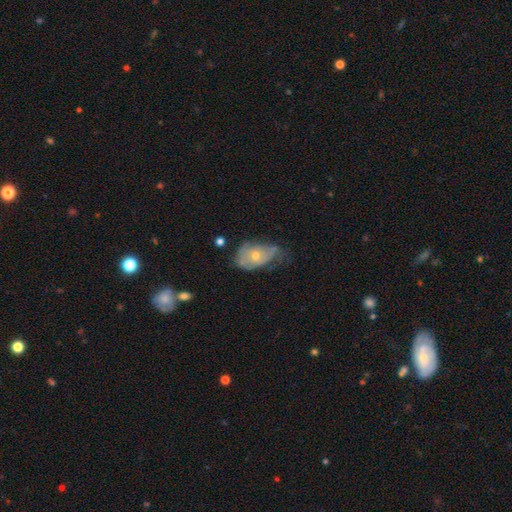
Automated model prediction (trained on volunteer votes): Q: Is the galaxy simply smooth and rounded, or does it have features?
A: featured or disk — 48%.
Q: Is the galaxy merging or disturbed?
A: minor disturbance — 41%.